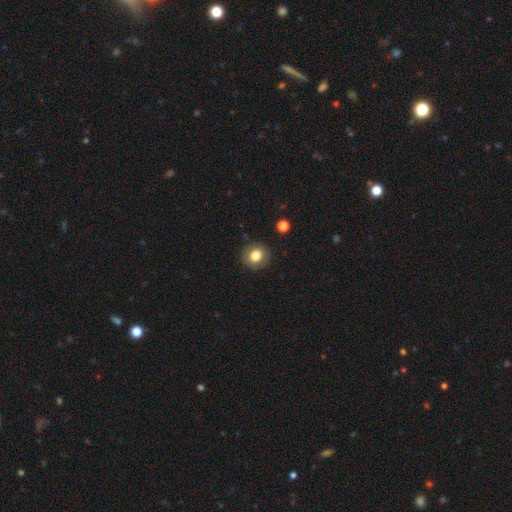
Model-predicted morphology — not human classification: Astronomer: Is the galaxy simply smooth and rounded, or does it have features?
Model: smooth — 80%.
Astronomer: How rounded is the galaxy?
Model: round — 85%.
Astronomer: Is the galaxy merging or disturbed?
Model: none — 88%.